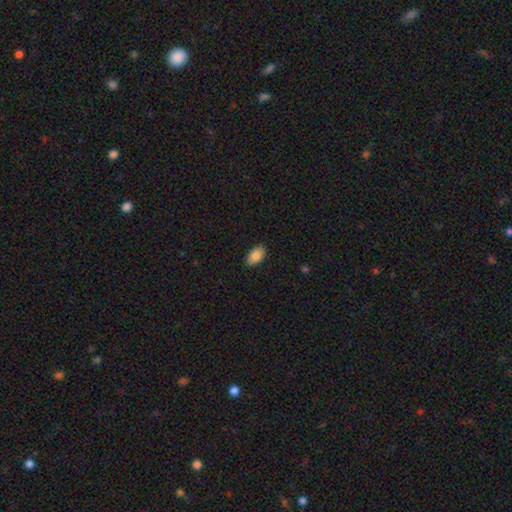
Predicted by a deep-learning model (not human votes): smooth_or_featured: smooth (p=0.85) [alt: featured or disk p=0.08]
how_rounded: in between (p=0.93) [alt: round p=0.05]
merging: none (p=0.86) [alt: minor disturbance p=0.11]